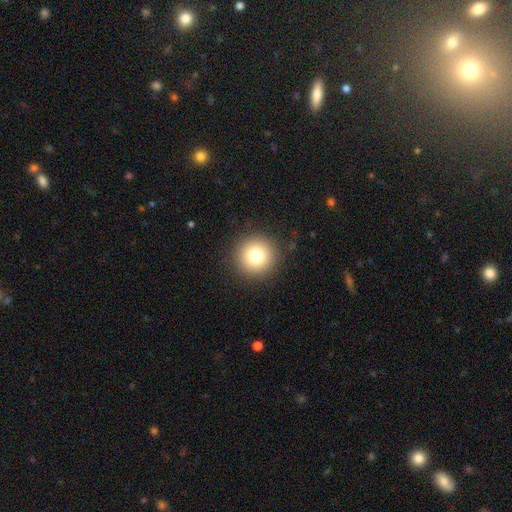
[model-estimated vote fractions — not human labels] Q: Smooth or featured?
A: smooth (79%); runner-up: star or artifact (12%)
Q: How rounded?
A: round (95%); runner-up: in between (4%)
Q: Merging?
A: none (90%); runner-up: minor disturbance (6%)